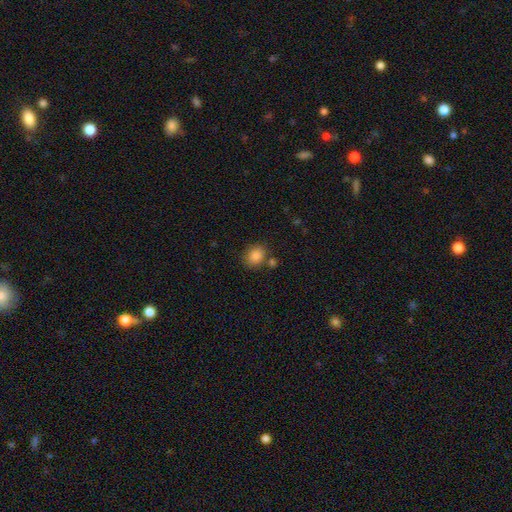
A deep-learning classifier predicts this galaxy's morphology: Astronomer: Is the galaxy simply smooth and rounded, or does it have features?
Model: smooth — 85%.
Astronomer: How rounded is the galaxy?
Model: round — 60% (runner-up: in between, 39%).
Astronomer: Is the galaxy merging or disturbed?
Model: none — 74%.